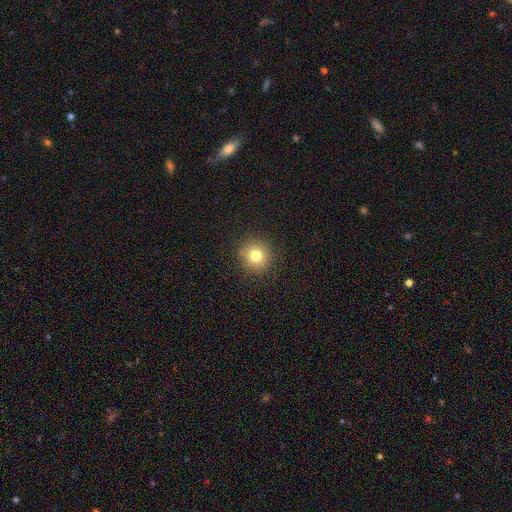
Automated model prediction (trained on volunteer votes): Smooth or featured? Predicted: smooth (p=0.78). How rounded? Predicted: round (p=0.93). Merging? Predicted: none (p=0.90).